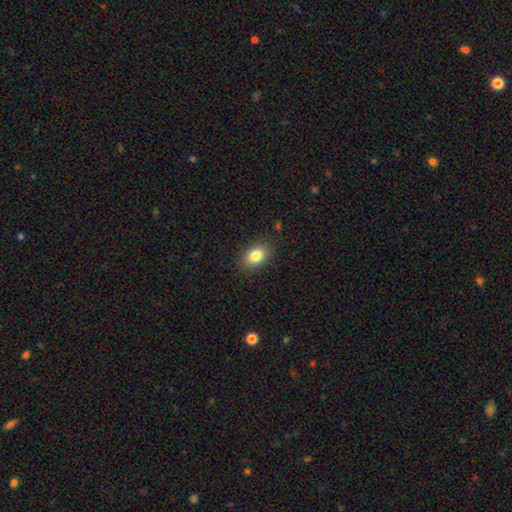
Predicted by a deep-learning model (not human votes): Q: Smooth or featured?
A: smooth (82%); runner-up: featured or disk (9%)
Q: How rounded?
A: in between (82%); runner-up: round (17%)
Q: Merging?
A: none (85%); runner-up: minor disturbance (11%)